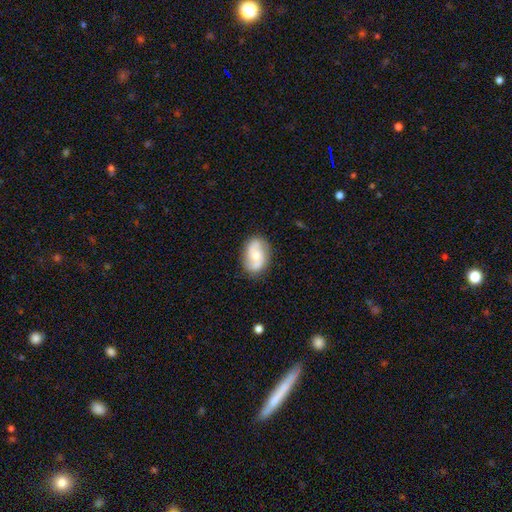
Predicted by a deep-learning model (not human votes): Smooth or featured: featured or disk — 62% (smooth — 32%)
Edge-on disk: no — 97% (yes — 3%)
Bar: no — 61% (weak — 32%)
Spiral arms: yes — 89% (no — 11%)
Spiral winding: medium — 42% (loose — 37%)
Spiral arm count: 2 — 87% (can't tell — 7%)
Bulge size: moderate — 55% (small — 38%)
Merging: none — 81% (minor disturbance — 14%)